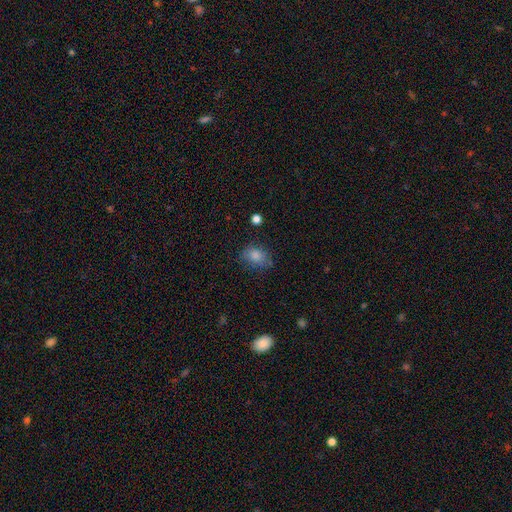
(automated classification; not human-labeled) smooth_or_featured: smooth (p=0.83) [alt: star or artifact p=0.10]
how_rounded: in between (p=0.66) [alt: round p=0.32]
merging: none (p=0.70) [alt: minor disturbance p=0.20]